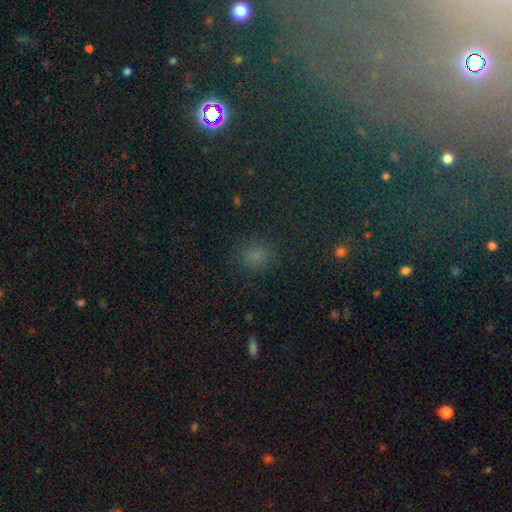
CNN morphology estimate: A smooth galaxy with no disk features (72%) that is round (68%).

Vote fractions:
- Smooth or featured? smooth: 72% / star or artifact: 23% / featured or disk: 5%
- How rounded? round: 68% / in between: 30% / cigar-shaped: 2%
- Merging? none: 84% / minor disturbance: 11% / major disturbance: 4% / merger: 1%